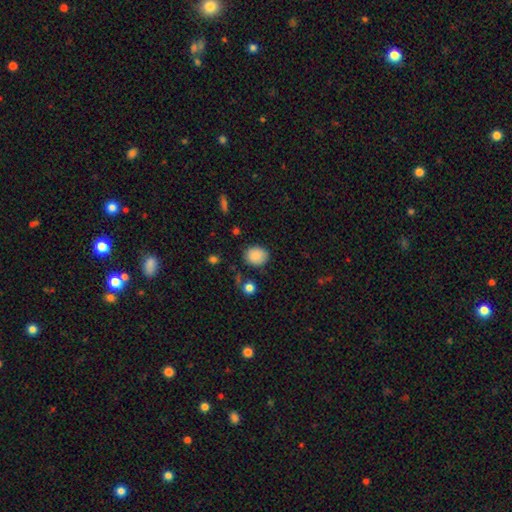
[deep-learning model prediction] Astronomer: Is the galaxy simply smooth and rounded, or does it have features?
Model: smooth — 87%.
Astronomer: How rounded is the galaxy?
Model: round — 59% (runner-up: in between, 40%).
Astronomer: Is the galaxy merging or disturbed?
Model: none — 80%.